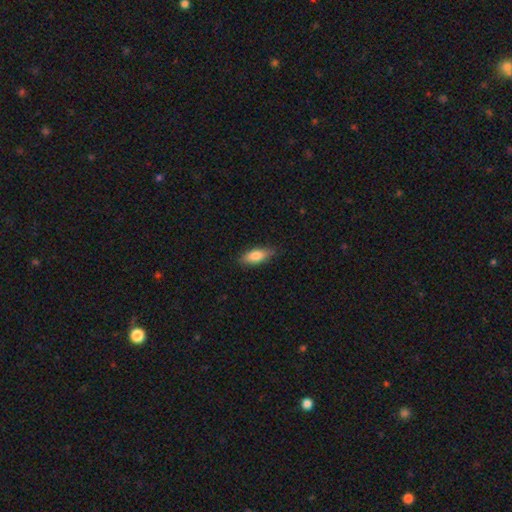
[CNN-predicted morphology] smooth-or-featured: smooth: 82% | featured or disk: 12% | star or artifact: 7%
  how-rounded: in between: 77% | cigar-shaped: 20% | round: 3%
  merging: none: 81% | minor disturbance: 16% | major disturbance: 3% | merger: 1%